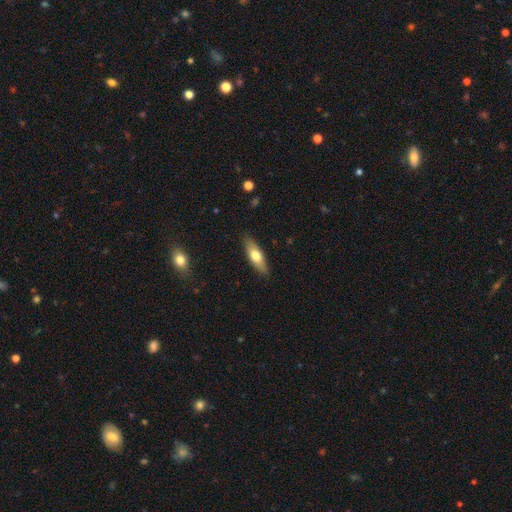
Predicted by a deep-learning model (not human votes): The model was most divided on "how rounded": in between: 55%, cigar-shaped: 42%, round: 2%. More confident: merging — none (87%); smooth or featured — smooth (65%).